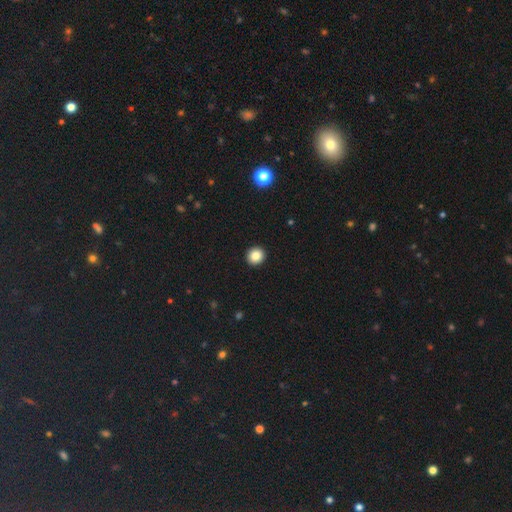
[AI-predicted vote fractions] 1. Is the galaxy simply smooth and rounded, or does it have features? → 84% smooth, 11% star or artifact, 5% featured or disk.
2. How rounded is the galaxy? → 90% round, 9% in between, 1% cigar-shaped.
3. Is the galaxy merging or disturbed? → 93% none, 4% minor disturbance, 1% major disturbance, 1% merger.